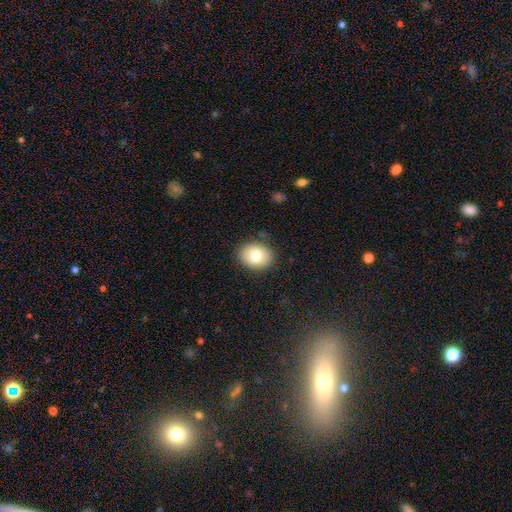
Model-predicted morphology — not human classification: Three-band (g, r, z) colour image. It shows a smooth galaxy with no disk features (79%) that is in between round and cigar-shaped (54%). Merging: none (85%).